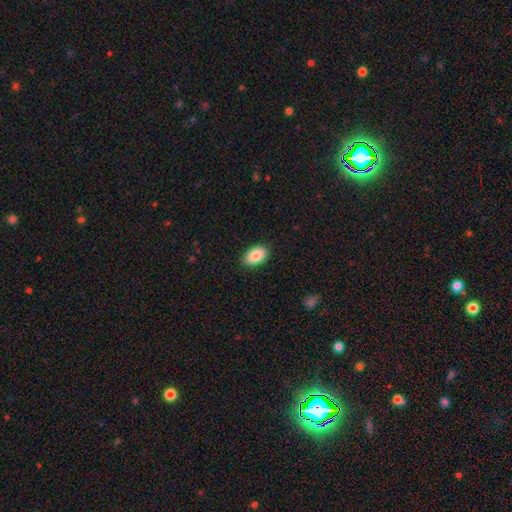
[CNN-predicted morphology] A smooth galaxy with no disk features (88%) that is in between round and cigar-shaped (92%). Merging: none (89%).